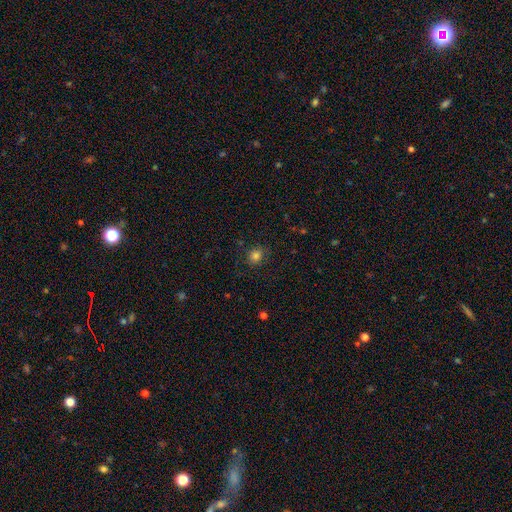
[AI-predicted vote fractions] A smooth galaxy with no disk features (81%) that is round (71%). Merging: none (83%).